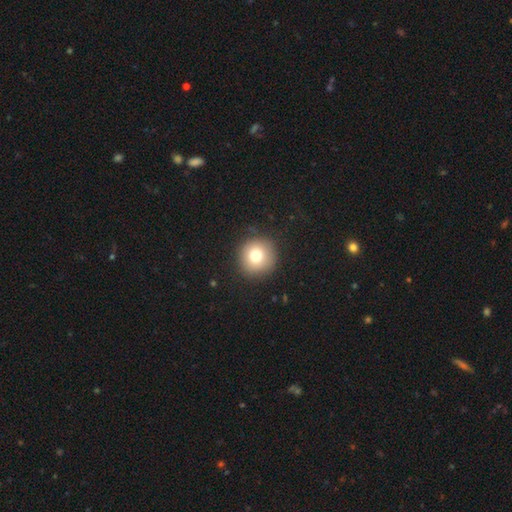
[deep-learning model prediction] This appears to be a smooth galaxy with no disk features (75%) that is round (95%). Merging: none (89%).